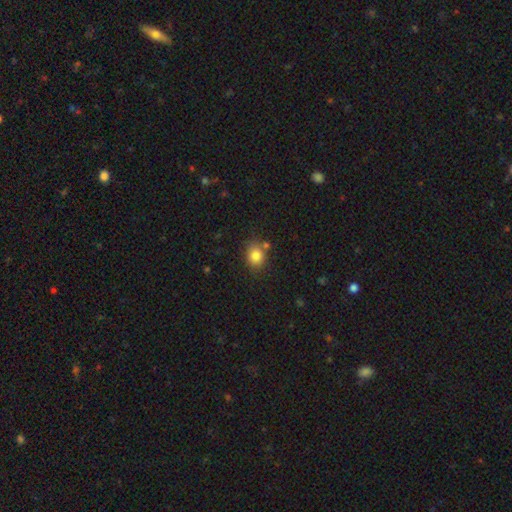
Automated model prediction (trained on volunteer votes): The model was most divided on "how rounded": round: 64%, in between: 35%, cigar-shaped: 1%. More confident: smooth or featured — smooth (83%); merging — none (74%).